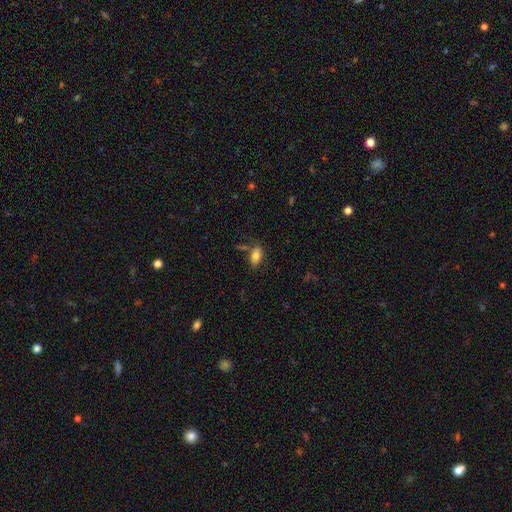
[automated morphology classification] The model was most divided on "merging": none: 71%, minor disturbance: 15%, merger: 10%, major disturbance: 4%. More confident: how rounded — in between (90%); smooth or featured — smooth (79%).